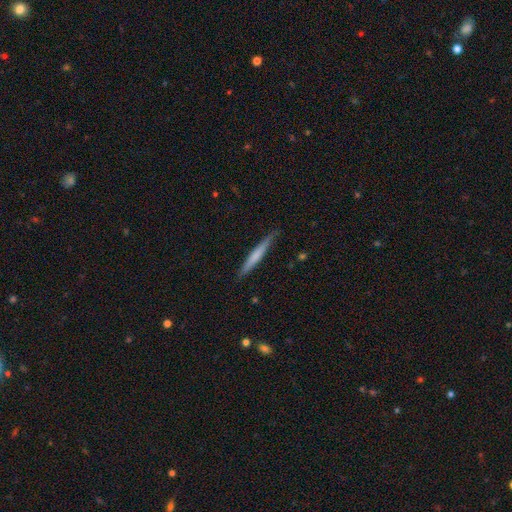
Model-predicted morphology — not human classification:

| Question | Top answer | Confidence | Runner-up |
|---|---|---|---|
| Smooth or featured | smooth | 56% | featured or disk (39%) |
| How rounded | cigar-shaped | 96% | in between (3%) |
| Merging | none | 86% | minor disturbance (11%) |